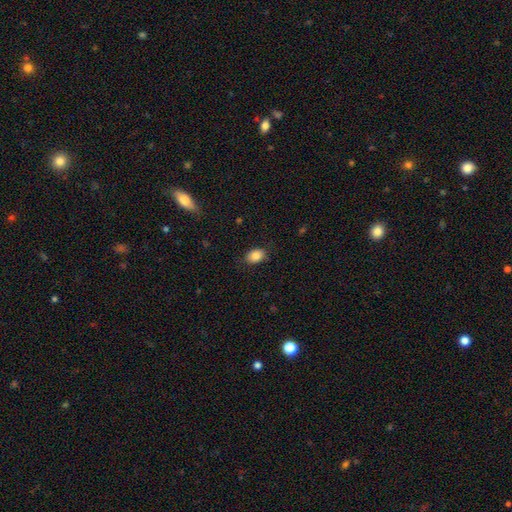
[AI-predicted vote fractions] Q: Smooth or featured?
A: smooth (85%); runner-up: star or artifact (8%)
Q: How rounded?
A: in between (77%); runner-up: round (22%)
Q: Merging?
A: none (83%); runner-up: minor disturbance (13%)